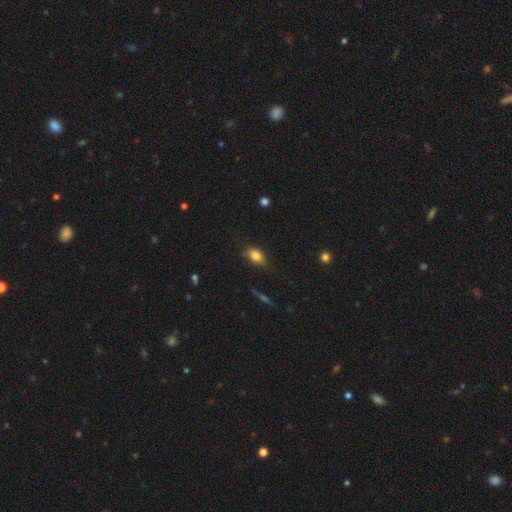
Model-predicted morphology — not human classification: Overall: smooth (80%). How rounded: in between (80%). Merging: none (73%).